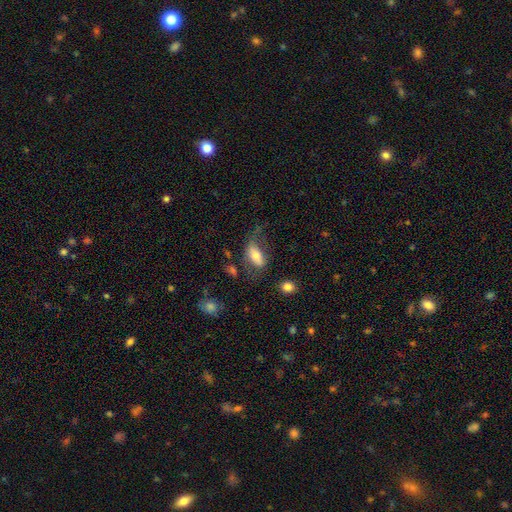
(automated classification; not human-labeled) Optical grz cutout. It shows a smooth galaxy with no disk features (66%) that is in between round and cigar-shaped (89%). Merging: none (47%).